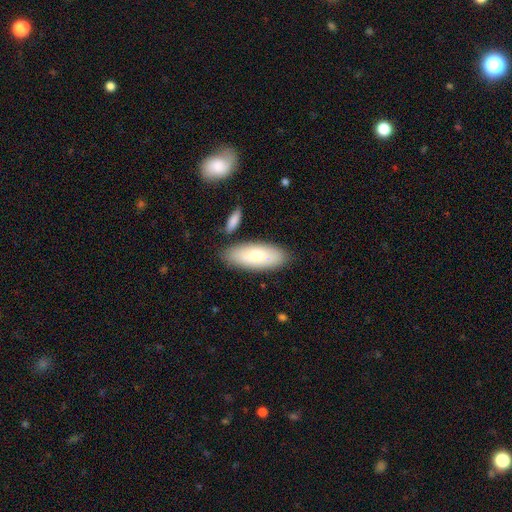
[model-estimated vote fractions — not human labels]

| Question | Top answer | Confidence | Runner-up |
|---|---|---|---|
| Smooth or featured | smooth | 74% | featured or disk (20%) |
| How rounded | in between | 80% | cigar-shaped (18%) |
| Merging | none | 82% | minor disturbance (11%) |